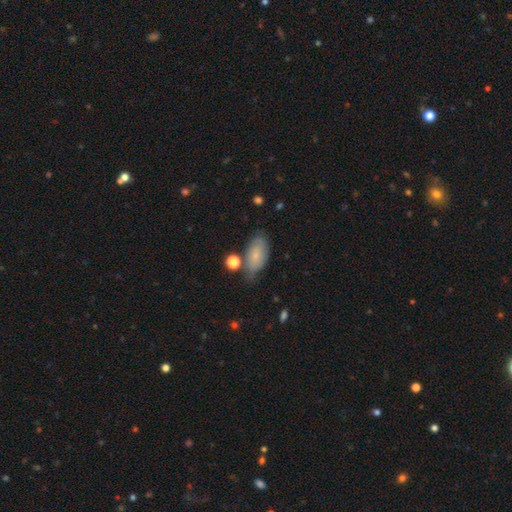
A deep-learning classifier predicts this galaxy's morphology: Q: Smooth or featured?
A: smooth (75%); runner-up: featured or disk (17%)
Q: How rounded?
A: in between (91%); runner-up: round (5%)
Q: Merging?
A: none (59%); runner-up: minor disturbance (27%)